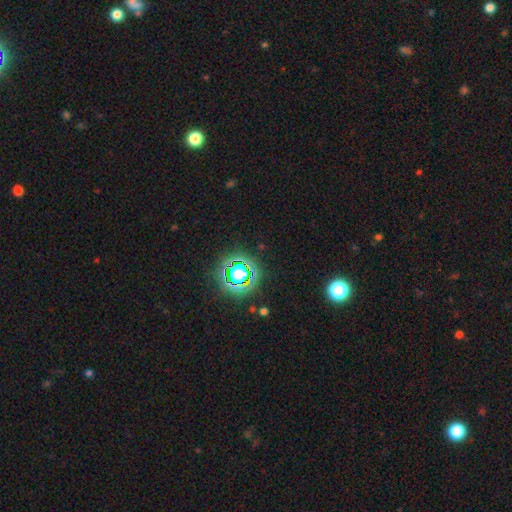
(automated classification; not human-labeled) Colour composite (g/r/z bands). It shows a star or artifact, not a galaxy (77%).